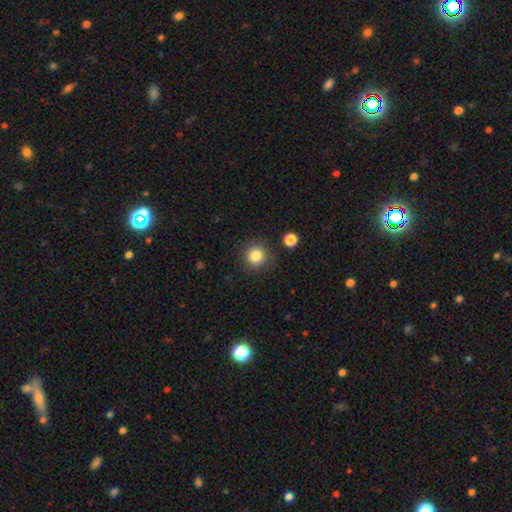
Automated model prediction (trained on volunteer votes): Smooth or featured: smooth — 84% (star or artifact — 11%)
How rounded: round — 93% (in between — 6%)
Merging: none — 85% (minor disturbance — 9%)